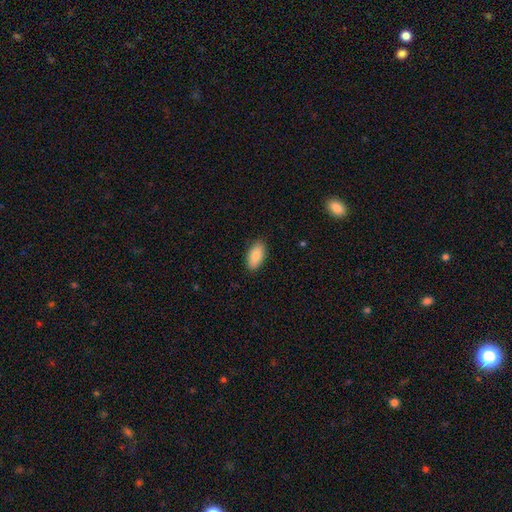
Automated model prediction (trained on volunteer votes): Smooth or featured: smooth — 86% (featured or disk — 8%)
How rounded: in between — 93% (cigar-shaped — 5%)
Merging: none — 88% (minor disturbance — 9%)